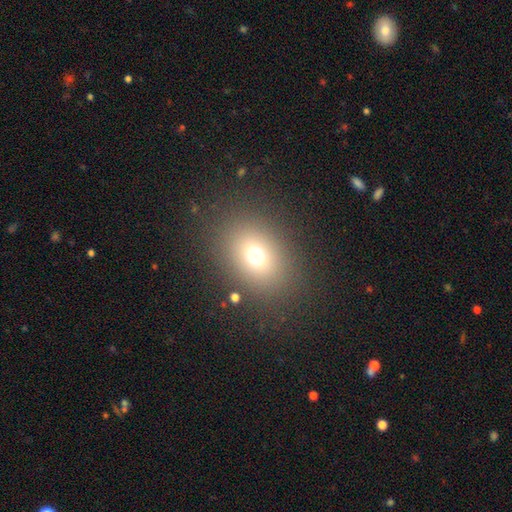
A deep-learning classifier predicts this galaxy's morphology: A smooth galaxy with no disk features (70%) that is in between round and cigar-shaped (56%). Merging: none (84%).